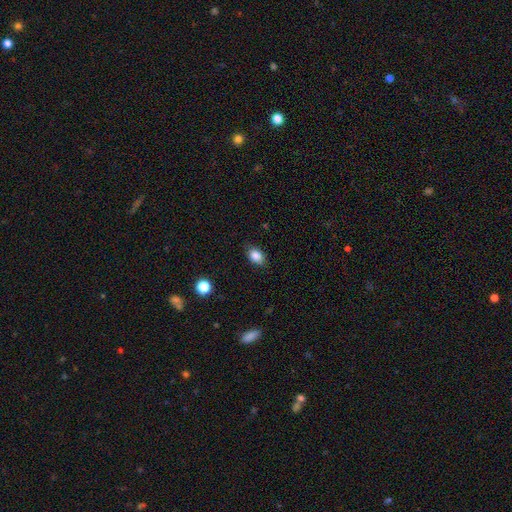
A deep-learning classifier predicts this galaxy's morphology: smooth 86%, star or artifact 9%, featured or disk 5%. Down the decision tree: how rounded — in between (81%); merging — none (84%).